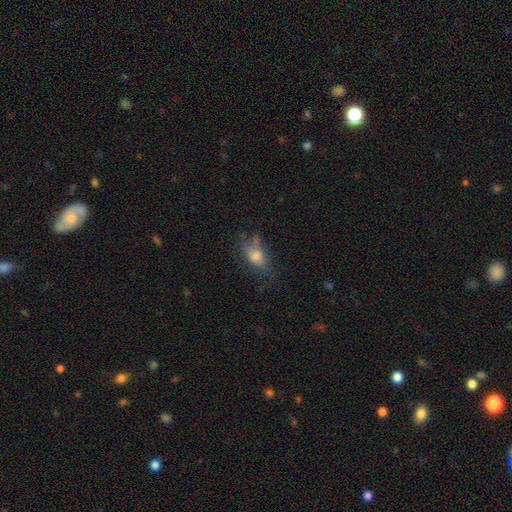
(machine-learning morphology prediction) Smooth or featured? smooth (66%)
How rounded? in between (79%)
Merging? none (50%)